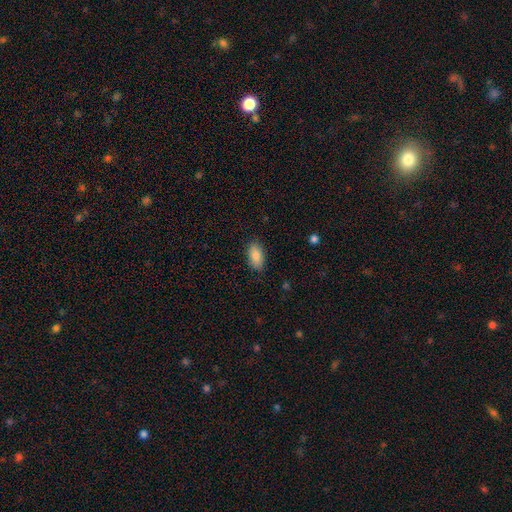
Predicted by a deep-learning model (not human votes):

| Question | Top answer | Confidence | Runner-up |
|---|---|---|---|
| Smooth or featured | smooth | 86% | featured or disk (7%) |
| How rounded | in between | 92% | cigar-shaped (5%) |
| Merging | none | 85% | minor disturbance (11%) |